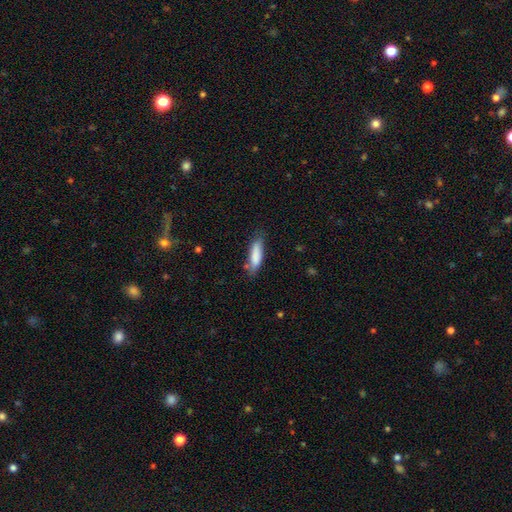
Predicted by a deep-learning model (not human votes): Smooth or featured? smooth (84%)
How rounded? cigar-shaped (59%)
Merging? none (69%)